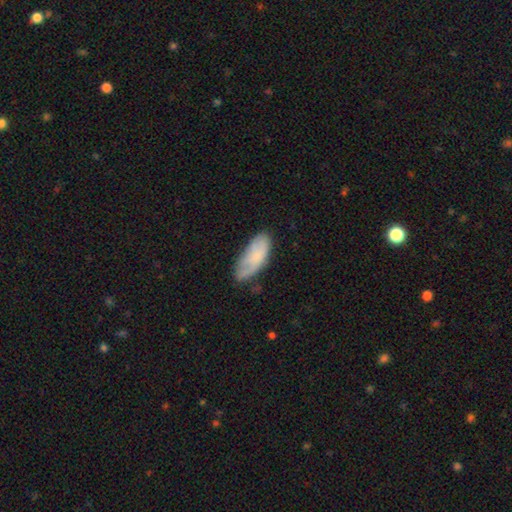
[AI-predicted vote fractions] smooth 66%, featured or disk 27%, star or artifact 7%. Down the decision tree: how rounded — in between (85%); merging — none (53%).